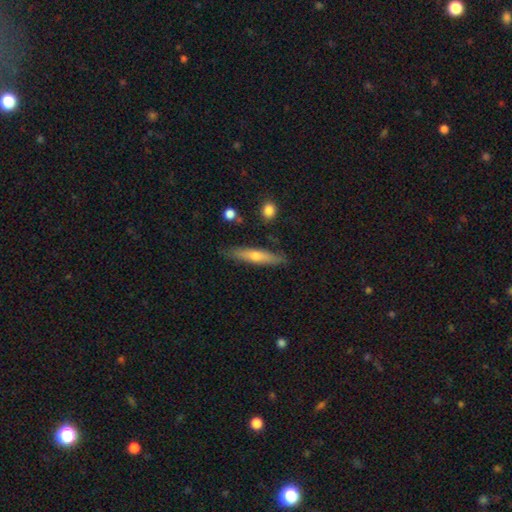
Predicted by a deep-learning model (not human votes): Overall: smooth (53%; featured or disk 41%). How rounded: cigar-shaped (86%). Merging: none (83%).